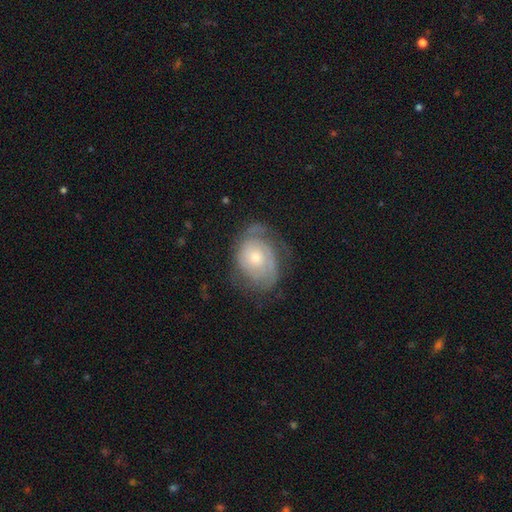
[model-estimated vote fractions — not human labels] Morphology: type=featured or disk (75%); edge-on=no (97%); bar=no (79%); spiral arms=yes (89%); winding=tight (61%); arm count=2 (41%); bulge=moderate (50%); merging=none (61%).